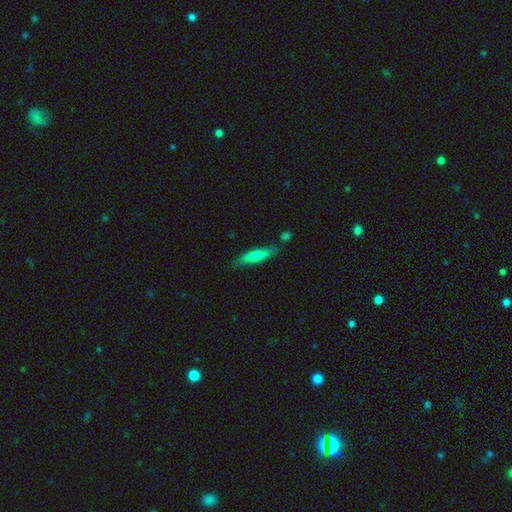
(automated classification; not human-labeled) Overall: smooth (69%). How rounded: cigar-shaped (72%). Merging: none (76%).